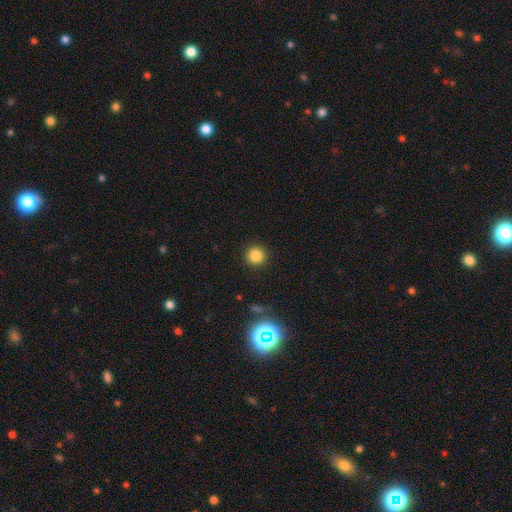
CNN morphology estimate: Smooth or featured?
  - smooth: 82% *
  - star or artifact: 14%
  - featured or disk: 5%
How rounded?
  - round: 94% *
  - in between: 5%
  - cigar-shaped: 1%
Merging?
  - none: 91% *
  - minor disturbance: 5%
  - major disturbance: 2%
  - merger: 1%